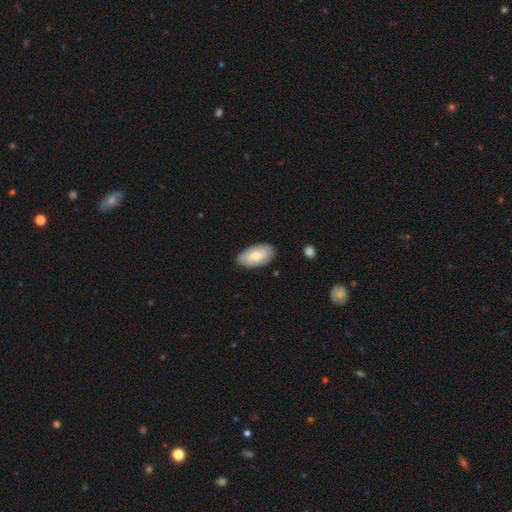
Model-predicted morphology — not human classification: A smooth galaxy with no disk features (61%) that is in between round and cigar-shaped (94%). Merging: none (83%).